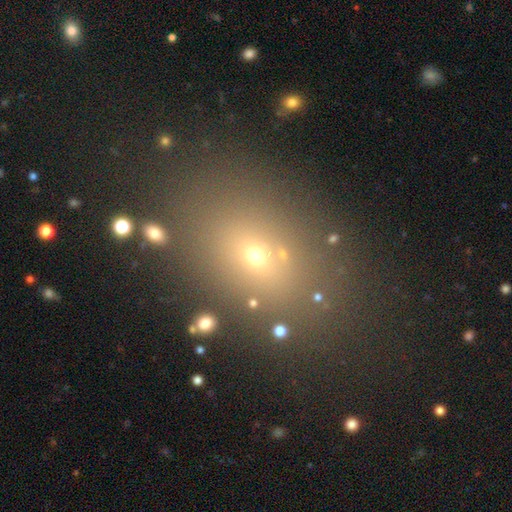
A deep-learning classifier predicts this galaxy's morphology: This is likely a smooth galaxy (61%). How rounded: likely in between (70%). Merging: likely none (77%).